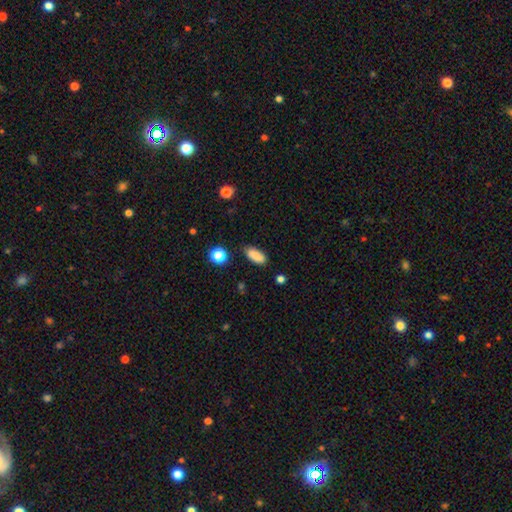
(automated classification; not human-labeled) A smooth galaxy with no disk features (86%) that is in between round and cigar-shaped (84%).

Vote fractions:
- Smooth or featured? smooth: 86% / star or artifact: 8% / featured or disk: 6%
- How rounded? in between: 84% / cigar-shaped: 13% / round: 3%
- Merging? none: 84% / minor disturbance: 12% / major disturbance: 3% / merger: 2%